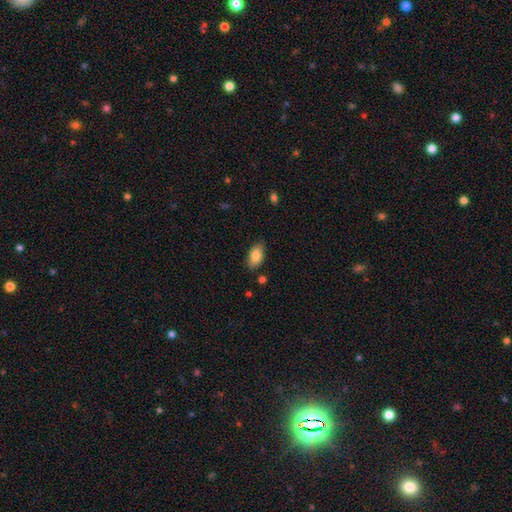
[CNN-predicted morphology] smooth 84%, featured or disk 9%, star or artifact 7%. Down the decision tree: how rounded — in between (92%); merging — none (84%).